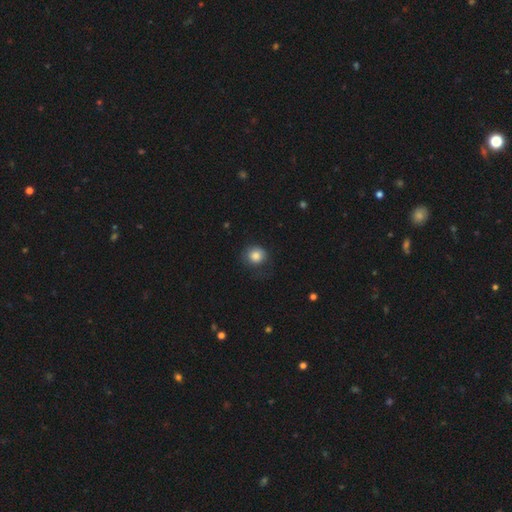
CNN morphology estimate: A smooth galaxy with no disk features (84%) that is round (85%).

Vote fractions:
- Smooth or featured? smooth: 84% / star or artifact: 10% / featured or disk: 7%
- How rounded? round: 85% / in between: 14% / cigar-shaped: 1%
- Merging? none: 69% / minor disturbance: 20% / major disturbance: 9% / merger: 1%